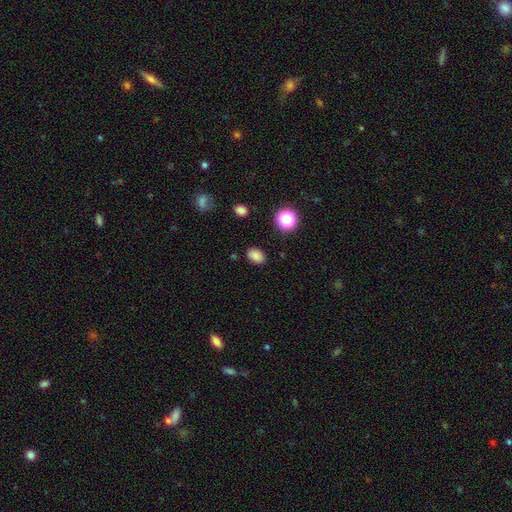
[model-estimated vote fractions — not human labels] Smooth or featured?
  - smooth: 83% *
  - star or artifact: 13%
  - featured or disk: 4%
How rounded?
  - in between: 78% *
  - round: 21%
  - cigar-shaped: 1%
Merging?
  - none: 86% *
  - minor disturbance: 9%
  - major disturbance: 3%
  - merger: 2%